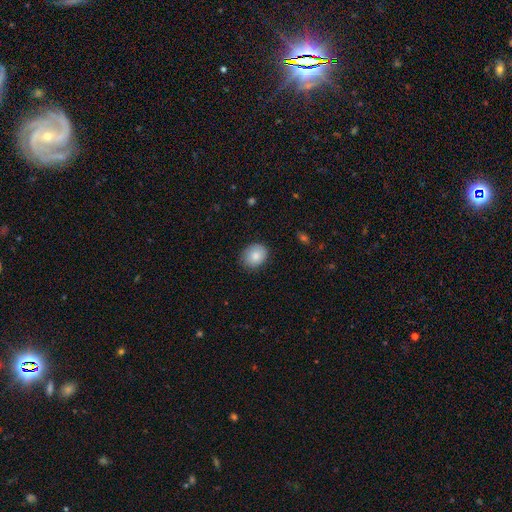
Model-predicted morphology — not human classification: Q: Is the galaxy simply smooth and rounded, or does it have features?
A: smooth — 84%.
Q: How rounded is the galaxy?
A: round — 55%.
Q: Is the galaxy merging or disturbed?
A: none — 83%.